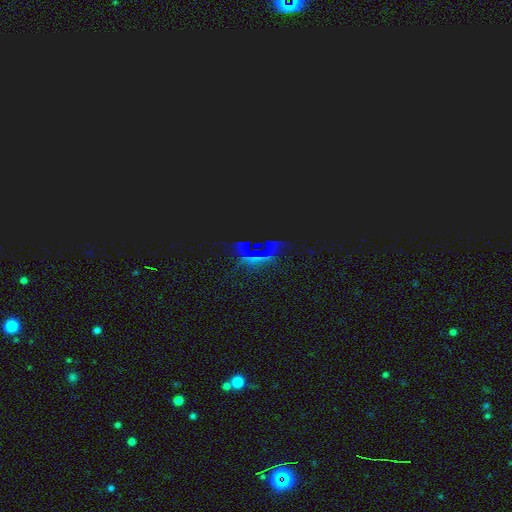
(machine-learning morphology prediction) This is likely a star or artifact rather than a galaxy (77%).